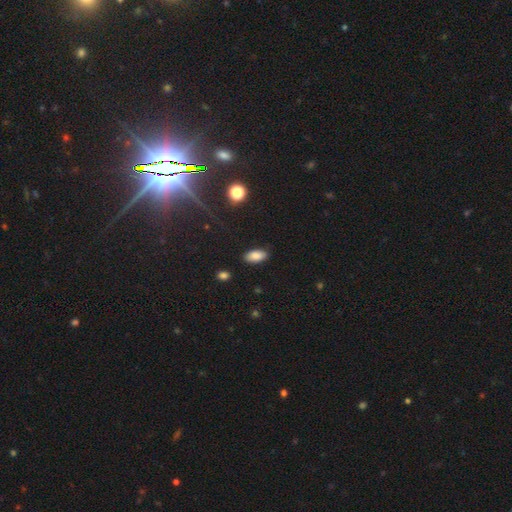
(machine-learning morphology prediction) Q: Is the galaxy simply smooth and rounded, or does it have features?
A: smooth — 86%.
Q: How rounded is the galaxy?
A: in between — 92%.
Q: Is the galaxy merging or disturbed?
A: none — 87%.